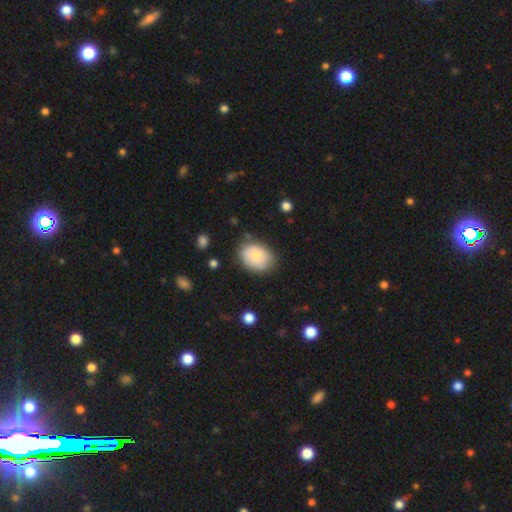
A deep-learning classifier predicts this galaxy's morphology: A smooth galaxy with no disk features (76%) that is in between round and cigar-shaped (71%). Merging: none (75%).